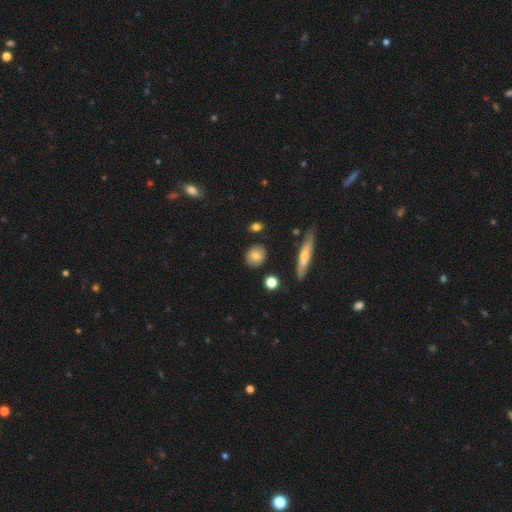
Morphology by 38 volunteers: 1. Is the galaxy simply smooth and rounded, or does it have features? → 76% smooth, 18% featured or disk, 5% star or artifact.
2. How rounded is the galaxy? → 48% round, 45% in between, 7% cigar-shaped.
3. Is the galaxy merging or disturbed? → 89% none, 8% minor disturbance, 3% major disturbance, 0% merger.